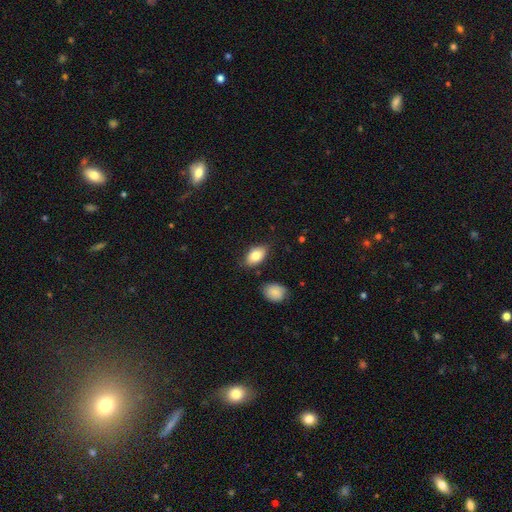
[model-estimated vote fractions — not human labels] smooth 80%, featured or disk 13%, star or artifact 7%. Down the decision tree: how rounded — in between (91%); merging — none (79%).